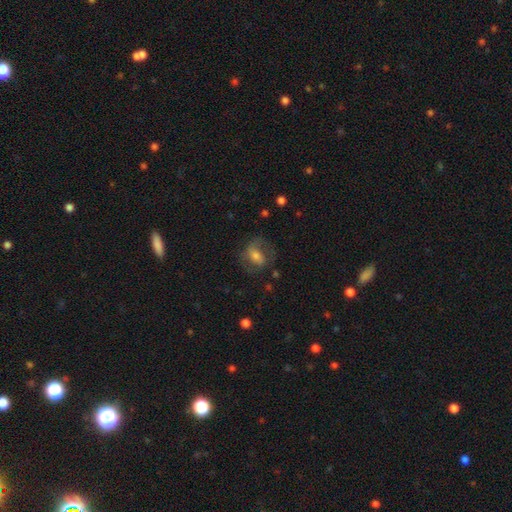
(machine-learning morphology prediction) This is possibly a smooth galaxy (47%). Merging: likely none (60%).